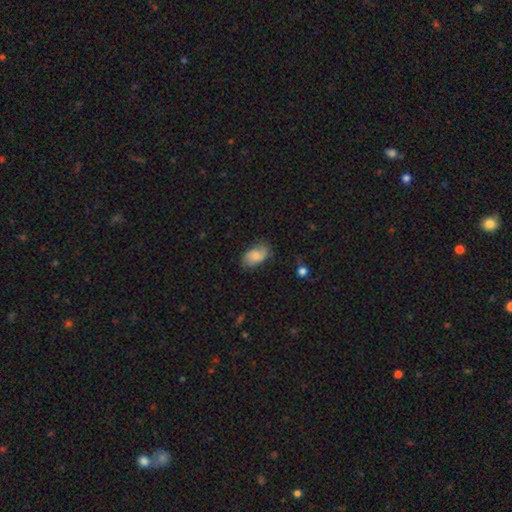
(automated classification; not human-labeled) Overall: smooth (71%). How rounded: in between (92%). Merging: none (68%).